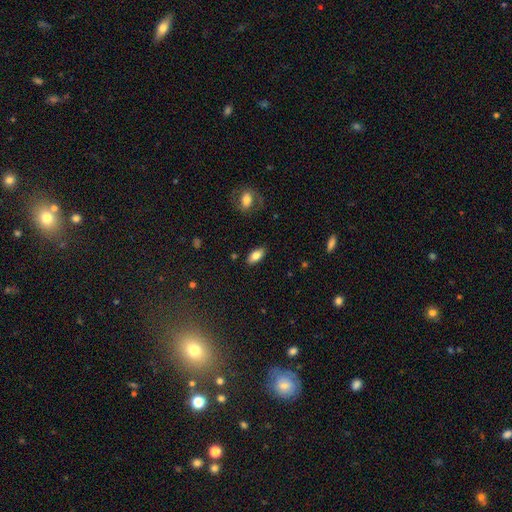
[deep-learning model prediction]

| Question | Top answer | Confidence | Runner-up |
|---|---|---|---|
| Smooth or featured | smooth | 79% | featured or disk (14%) |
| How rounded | in between | 89% | cigar-shaped (8%) |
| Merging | none | 87% | minor disturbance (9%) |